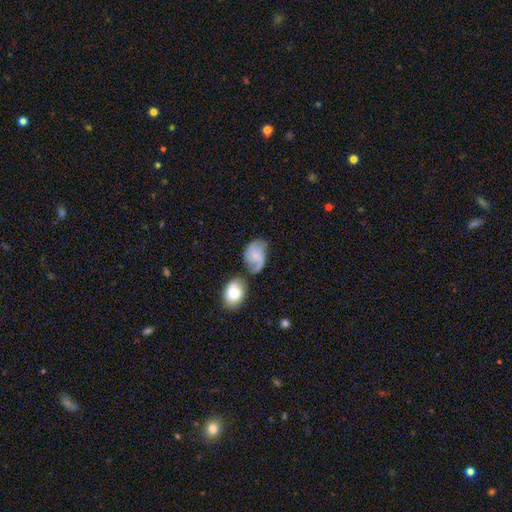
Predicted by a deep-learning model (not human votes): Smooth or featured?
  - featured or disk: 55% *
  - smooth: 37%
  - star or artifact: 8%
Edge-on disk?
  - no: 97% *
  - yes: 3%
Bar?
  - no: 67% *
  - weak: 28%
  - strong: 5%
Spiral arms?
  - yes: 84% *
  - no: 16%
Bulge size?
  - small: 67% *
  - moderate: 19%
  - none: 11%
  - large: 2%
  - dominant: 1%
Merging?
  - none: 38% *
  - minor disturbance: 27%
  - merger: 19%
  - major disturbance: 16%